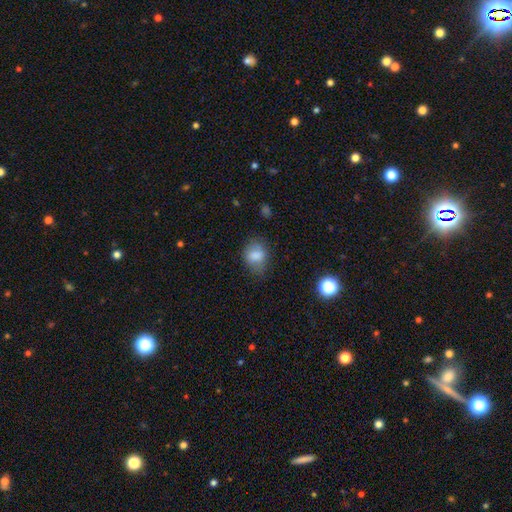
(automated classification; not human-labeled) smooth 80%, featured or disk 11%, star or artifact 10%. Down the decision tree: how rounded — in between (54%); merging — none (60%).